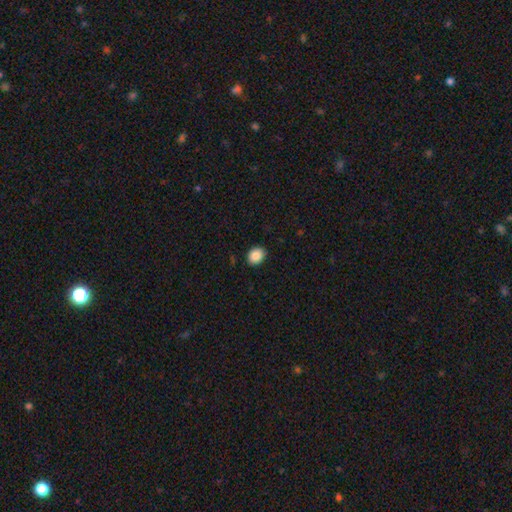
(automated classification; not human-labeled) Smooth or featured: smooth — 88% (star or artifact — 8%)
How rounded: in between — 51% (round — 48%)
Merging: none — 89% (minor disturbance — 8%)